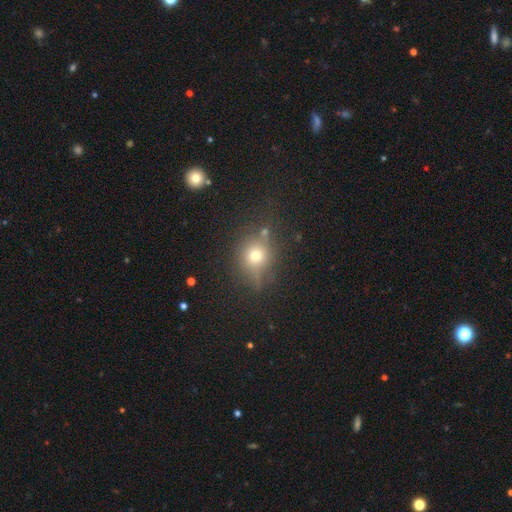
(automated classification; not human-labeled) Smooth or featured?
  - smooth: 66% *
  - star or artifact: 19%
  - featured or disk: 14%
How rounded?
  - round: 74% *
  - in between: 24%
  - cigar-shaped: 2%
Merging?
  - none: 71% *
  - minor disturbance: 17%
  - major disturbance: 7%
  - merger: 5%